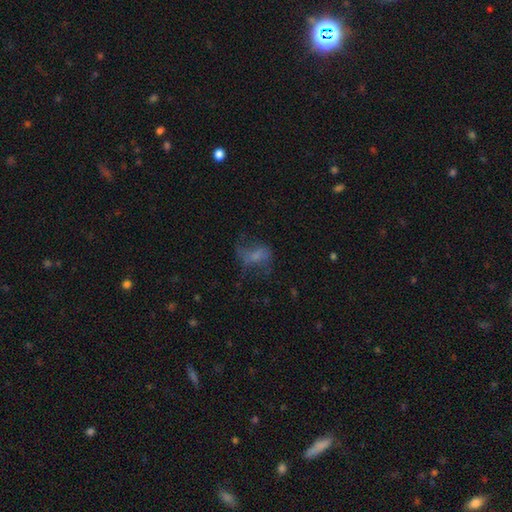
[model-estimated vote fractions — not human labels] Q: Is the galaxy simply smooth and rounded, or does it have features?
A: smooth — 45%.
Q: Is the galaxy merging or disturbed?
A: major disturbance — 39%.